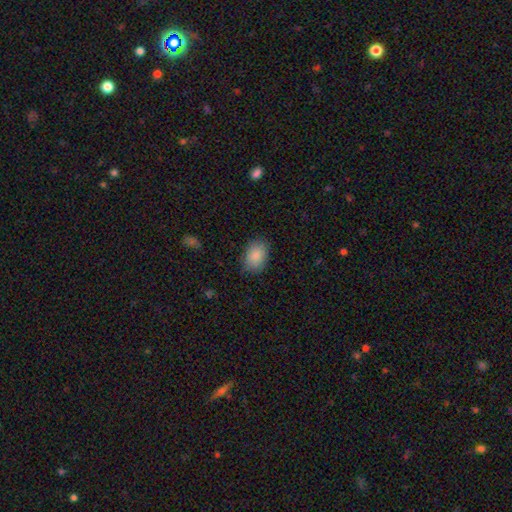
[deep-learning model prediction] The model was most divided on "merging": none: 81%, minor disturbance: 15%, major disturbance: 4%, merger: 1%. More confident: smooth or featured — smooth (88%); how rounded — in between (86%).